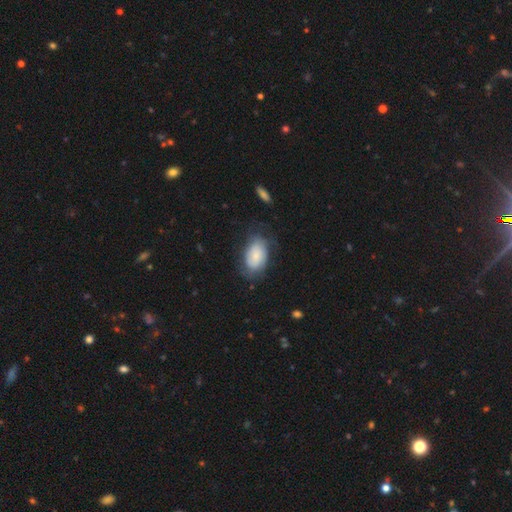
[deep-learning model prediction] Smooth or featured?
  - smooth: 69% *
  - featured or disk: 24%
  - star or artifact: 7%
How rounded?
  - in between: 90% *
  - round: 8%
  - cigar-shaped: 1%
Merging?
  - none: 58% *
  - minor disturbance: 26%
  - major disturbance: 14%
  - merger: 2%